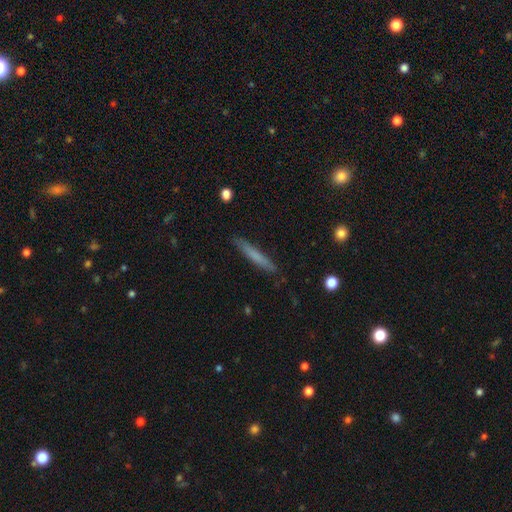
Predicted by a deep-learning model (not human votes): Overall: smooth (68%). How rounded: cigar-shaped (95%). Merging: none (87%).